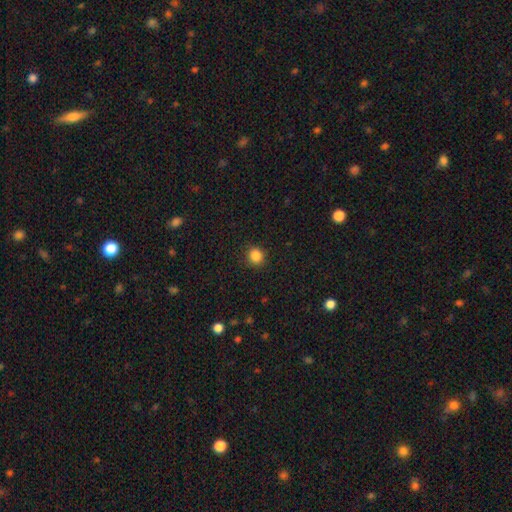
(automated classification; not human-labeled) This appears to be a smooth galaxy with no disk features (85%) that is round (86%). Merging: none (91%).